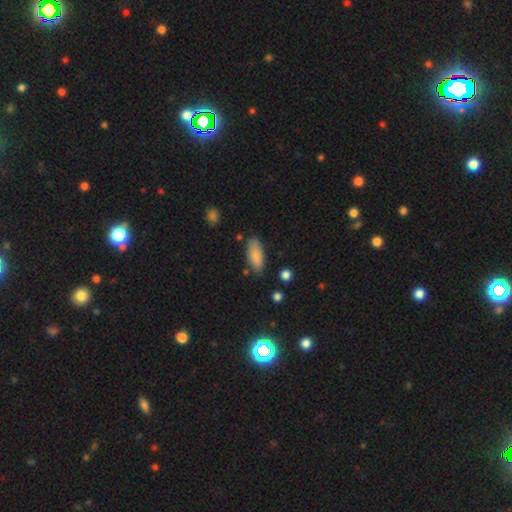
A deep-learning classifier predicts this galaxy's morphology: Smooth or featured? smooth (84%)
How rounded? in between (79%)
Merging? none (79%)